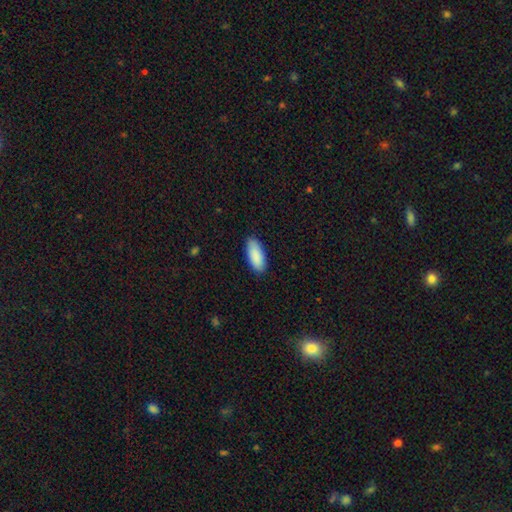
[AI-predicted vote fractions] Morphology: type=smooth (90%); roundness=in between (84%); merging=none (86%).